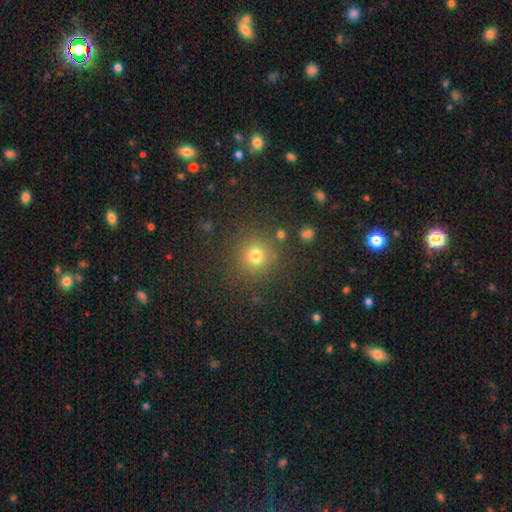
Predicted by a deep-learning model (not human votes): Smooth or featured? smooth (75%)
How rounded? round (93%)
Merging? none (85%)